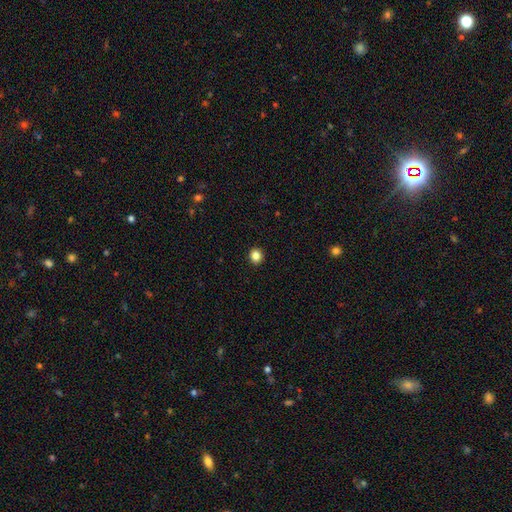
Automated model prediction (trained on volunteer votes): smooth-or-featured: smooth: 85% | star or artifact: 11% | featured or disk: 4%
  how-rounded: round: 85% | in between: 14% | cigar-shaped: 1%
  merging: none: 93% | minor disturbance: 5% | major disturbance: 2% | merger: 1%